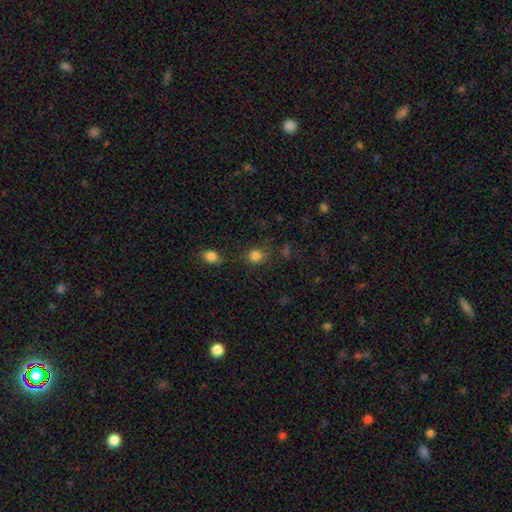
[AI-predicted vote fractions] smooth_or_featured: smooth (p=0.83) [alt: star or artifact p=0.12]
how_rounded: round (p=0.70) [alt: in between p=0.28]
merging: none (p=0.74) [alt: minor disturbance p=0.15]